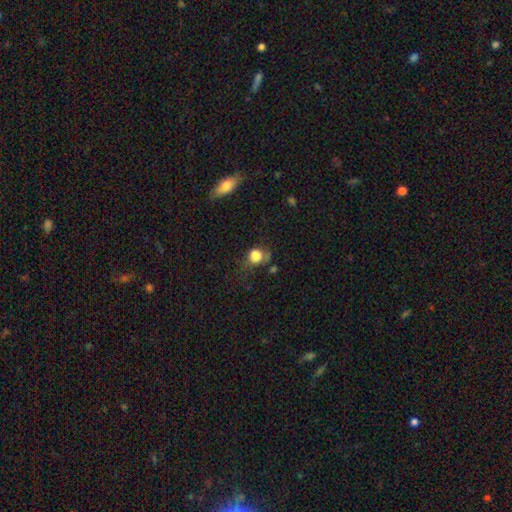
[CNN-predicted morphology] A smooth galaxy with no disk features (79%) that is round (64%). Merging: none (40%).